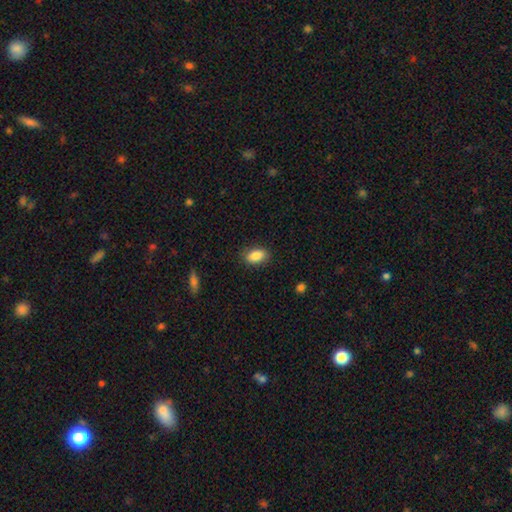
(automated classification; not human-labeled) The model was most divided on "merging": none: 84%, minor disturbance: 12%, major disturbance: 3%, merger: 1%. More confident: how rounded — in between (90%); smooth or featured — smooth (87%).